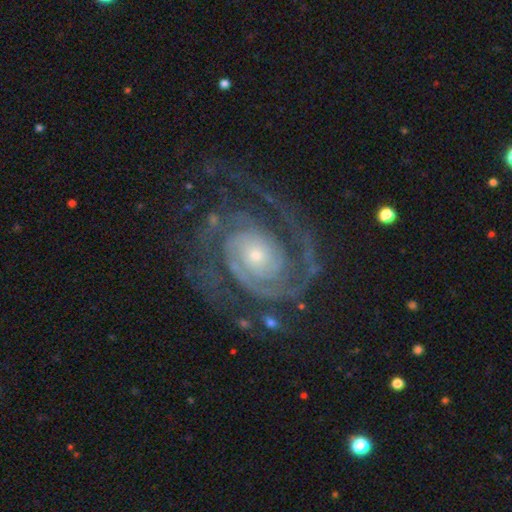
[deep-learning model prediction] smooth_or_featured: featured or disk (p=0.92) [alt: star or artifact p=0.05]
disk_edge_on: no (p=0.98) [alt: yes p=0.02]
bar: no (p=0.74) [alt: weak p=0.19]
has_spiral_arms: yes (p=0.98) [alt: no p=0.02]
spiral_winding: tight (p=0.66) [alt: medium p=0.28]
spiral_arm_count: 2 (p=0.62) [alt: 3 p=0.13]
bulge_size: small (p=0.62) [alt: moderate p=0.31]
merging: none (p=0.66) [alt: major disturbance p=0.16]